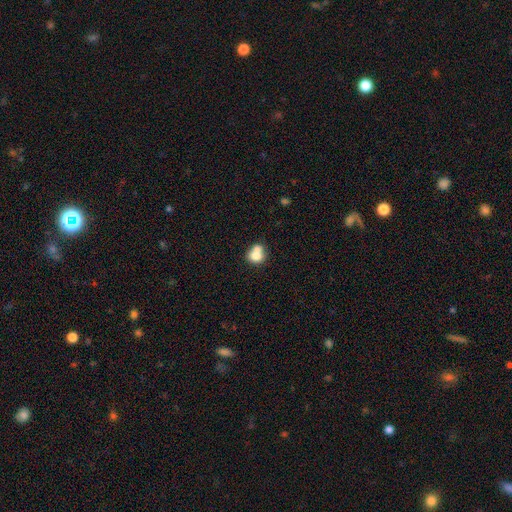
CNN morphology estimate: smooth_or_featured: smooth (p=0.72) [alt: featured or disk p=0.18]
how_rounded: round (p=0.64) [alt: in between p=0.35]
merging: merger (p=0.56) [alt: none p=0.31]